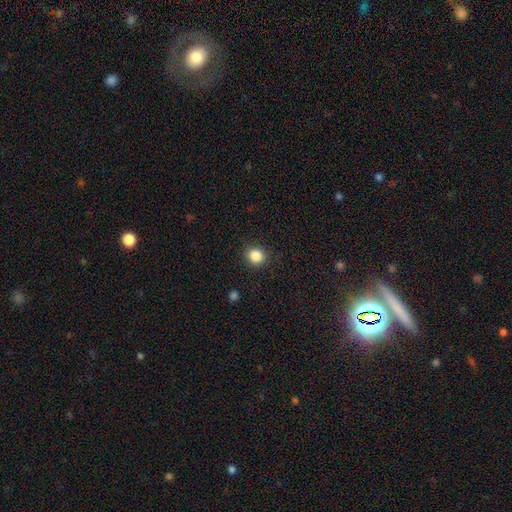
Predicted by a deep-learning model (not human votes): Smooth or featured? Predicted: smooth (p=0.86). How rounded? Predicted: round (p=0.87). Merging? Predicted: none (p=0.90).